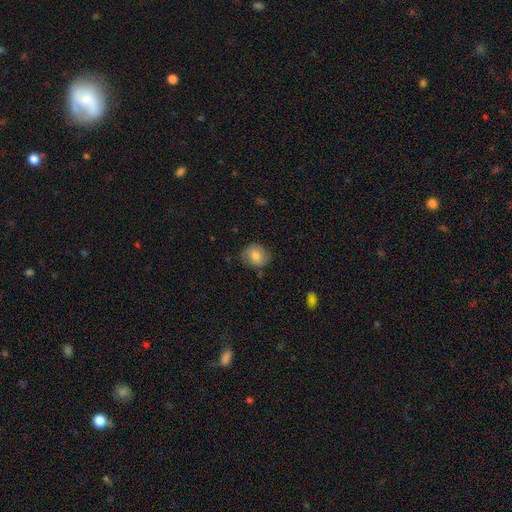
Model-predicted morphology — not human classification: smooth-or-featured: smooth: 75% | featured or disk: 18% | star or artifact: 8%
  how-rounded: round: 70% | in between: 29% | cigar-shaped: 1%
  merging: none: 76% | minor disturbance: 18% | major disturbance: 5% | merger: 2%